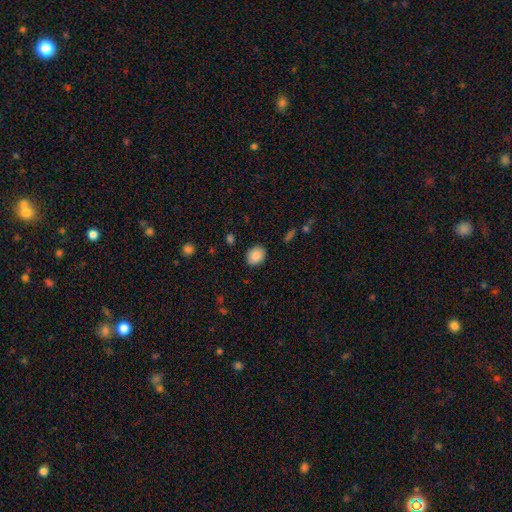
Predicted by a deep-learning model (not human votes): Smooth or featured?
  - smooth: 88% *
  - star or artifact: 8%
  - featured or disk: 4%
How rounded?
  - round: 52% *
  - in between: 47%
  - cigar-shaped: 1%
Merging?
  - none: 88% *
  - minor disturbance: 9%
  - major disturbance: 2%
  - merger: 1%